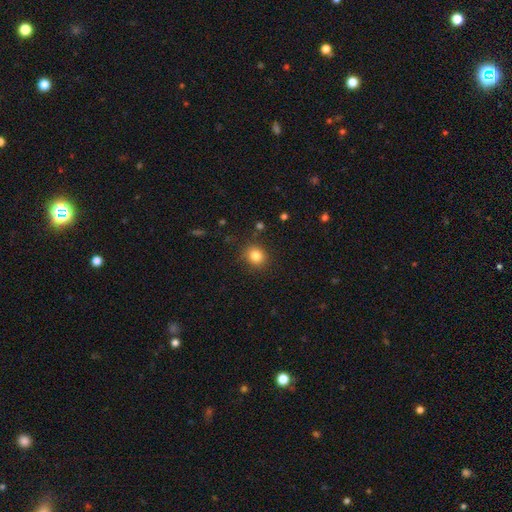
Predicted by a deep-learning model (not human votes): A smooth galaxy with no disk features (83%) that is round (80%).

Vote fractions:
- Smooth or featured? smooth: 83% / star or artifact: 11% / featured or disk: 6%
- How rounded? round: 80% / in between: 19% / cigar-shaped: 1%
- Merging? none: 86% / minor disturbance: 10% / major disturbance: 3% / merger: 2%